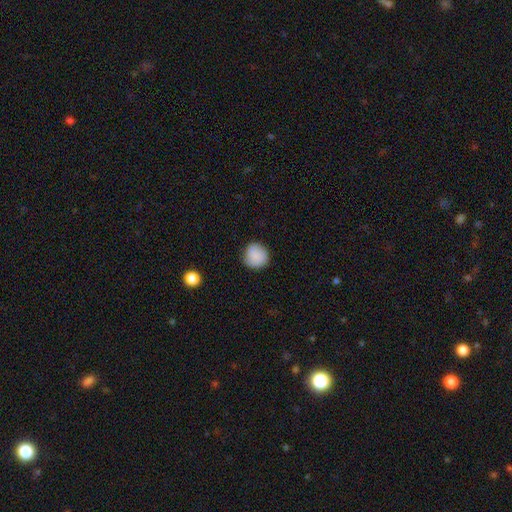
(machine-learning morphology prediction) type=smooth (87%); roundness=round (90%); merging=none (85%).